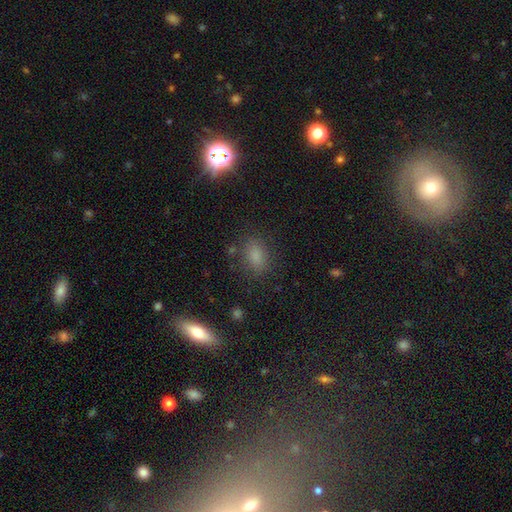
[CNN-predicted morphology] Smooth or featured?
  - smooth: 77% *
  - star or artifact: 17%
  - featured or disk: 6%
How rounded?
  - in between: 78% *
  - round: 18%
  - cigar-shaped: 4%
Merging?
  - none: 81% *
  - minor disturbance: 12%
  - major disturbance: 5%
  - merger: 3%